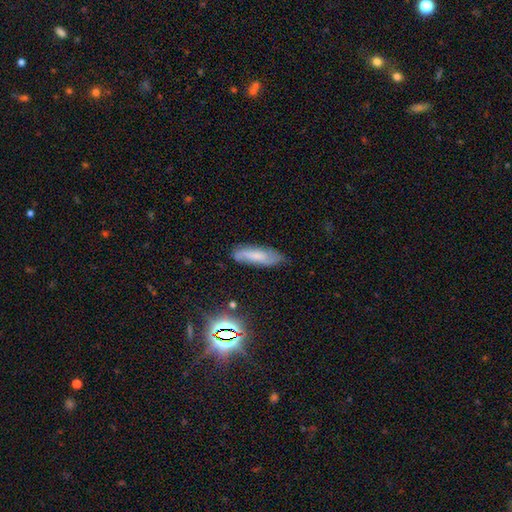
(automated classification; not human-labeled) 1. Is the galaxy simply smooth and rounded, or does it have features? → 46% smooth, 41% featured or disk, 13% star or artifact.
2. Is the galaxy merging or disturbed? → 71% none, 21% minor disturbance, 6% major disturbance, 2% merger.